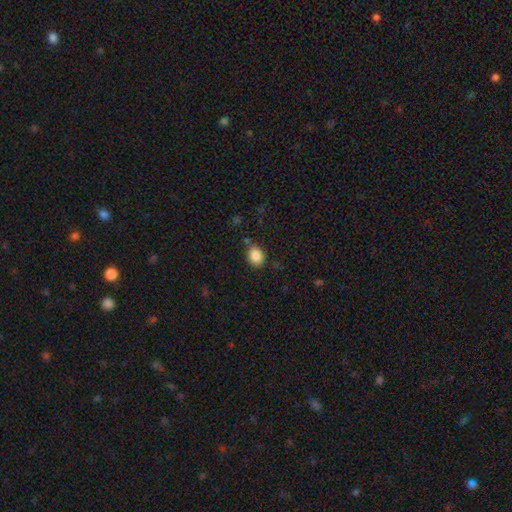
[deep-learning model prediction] Morphology: type=smooth (86%); roundness=in between (53%); merging=none (77%).